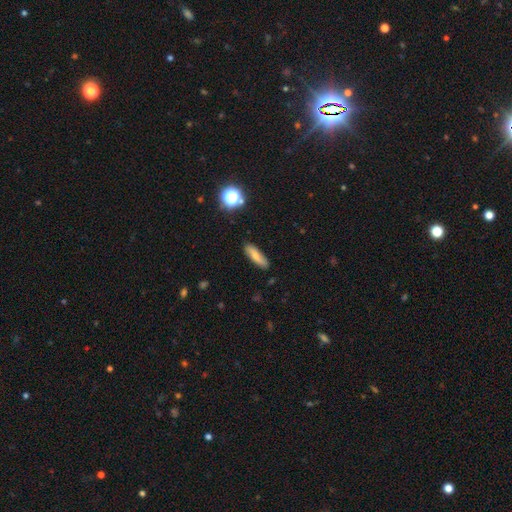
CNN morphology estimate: type=smooth (69%); roundness=cigar-shaped (58%); merging=none (86%).